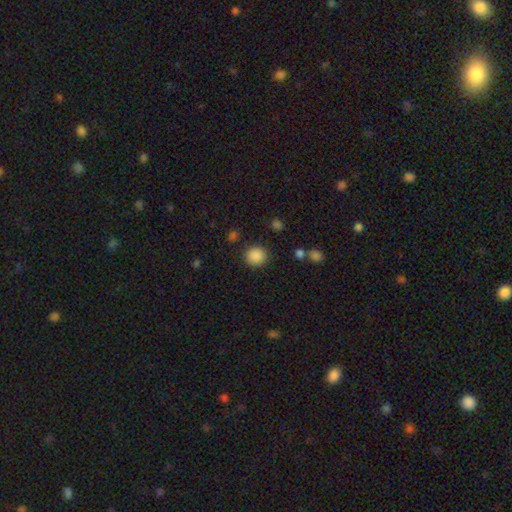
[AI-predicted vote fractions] Overall: smooth (87%). How rounded: round (88%). Merging: none (87%).